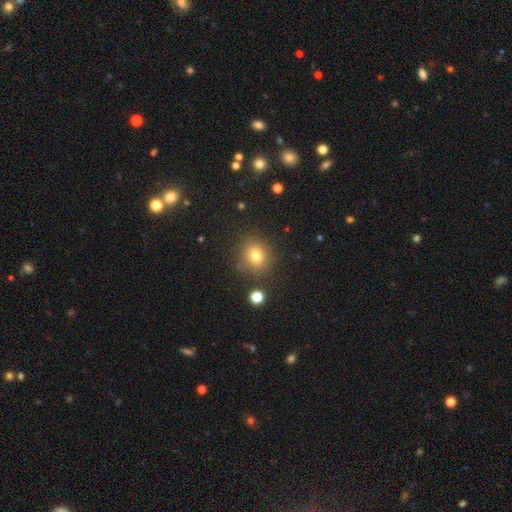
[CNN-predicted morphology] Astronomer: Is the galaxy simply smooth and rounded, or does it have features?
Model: smooth — 78%.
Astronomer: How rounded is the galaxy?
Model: round — 77%.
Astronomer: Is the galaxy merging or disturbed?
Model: none — 83%.